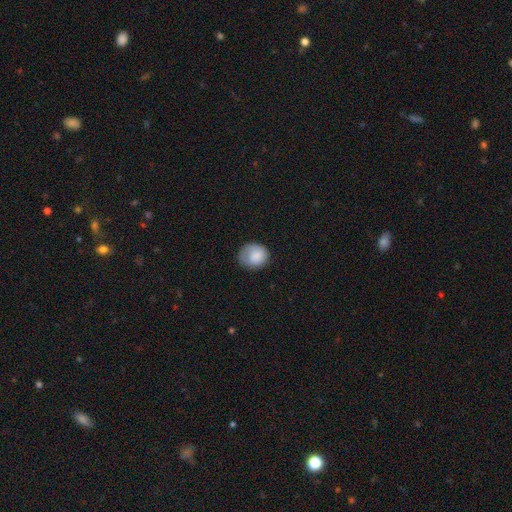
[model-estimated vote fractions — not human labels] A smooth galaxy with no disk features (83%) that is round (70%). Merging: none (59%).